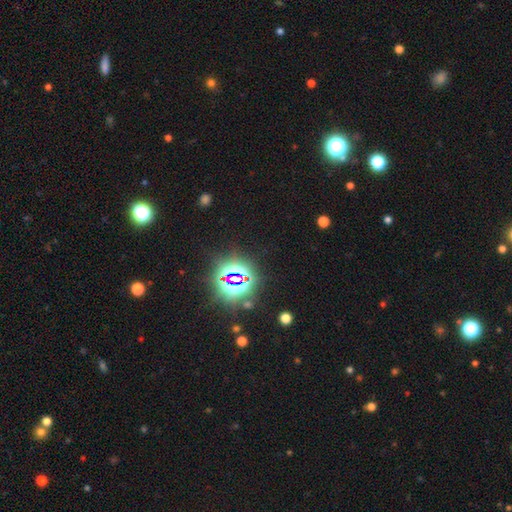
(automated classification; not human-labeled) smooth_or_featured: star or artifact (p=0.81) [alt: smooth p=0.12]